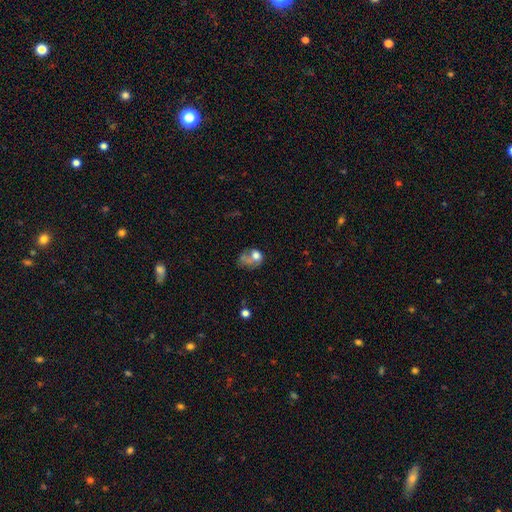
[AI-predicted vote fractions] Q: Smooth or featured?
A: smooth (59%); runner-up: featured or disk (29%)
Q: How rounded?
A: in between (54%); runner-up: round (44%)
Q: Merging?
A: merger (33%); runner-up: major disturbance (30%)